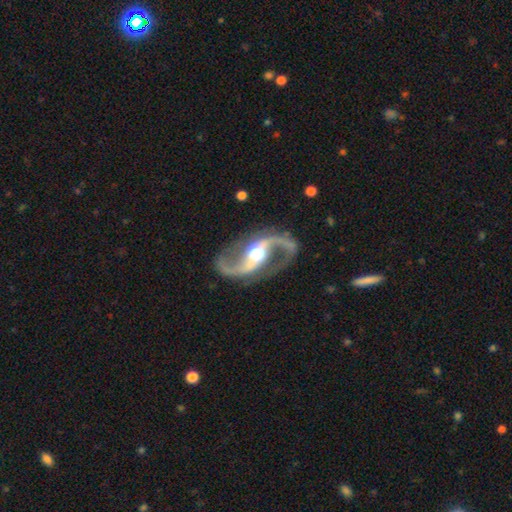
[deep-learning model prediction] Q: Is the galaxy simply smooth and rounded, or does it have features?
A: featured or disk — 93%.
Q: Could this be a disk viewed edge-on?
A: no — 97%.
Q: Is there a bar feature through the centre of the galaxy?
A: strong — 46%.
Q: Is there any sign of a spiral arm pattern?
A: yes — 98%.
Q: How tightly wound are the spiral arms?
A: medium — 46%, tied with loose.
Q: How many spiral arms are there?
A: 2 — 95%.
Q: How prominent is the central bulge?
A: moderate — 72%.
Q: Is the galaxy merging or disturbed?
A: none — 85%.